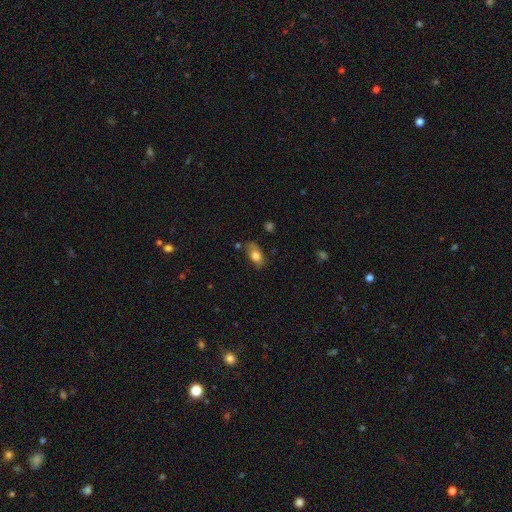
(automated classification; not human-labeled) A smooth galaxy with no disk features (78%) that is in between round and cigar-shaped (86%). Merging: none (61%).